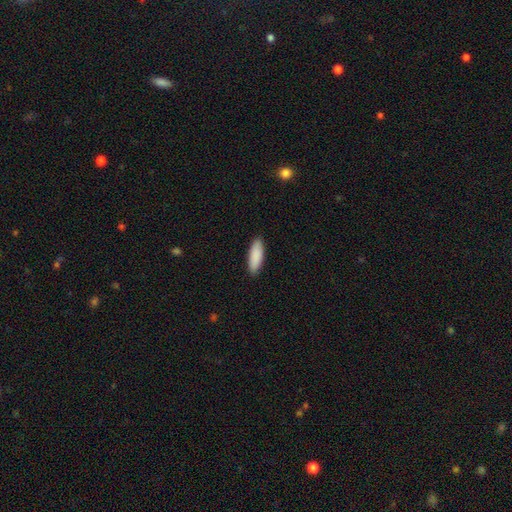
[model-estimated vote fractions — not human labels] This is clearly a smooth galaxy (90%). How rounded: likely in between (64%). Merging: clearly none (89%).